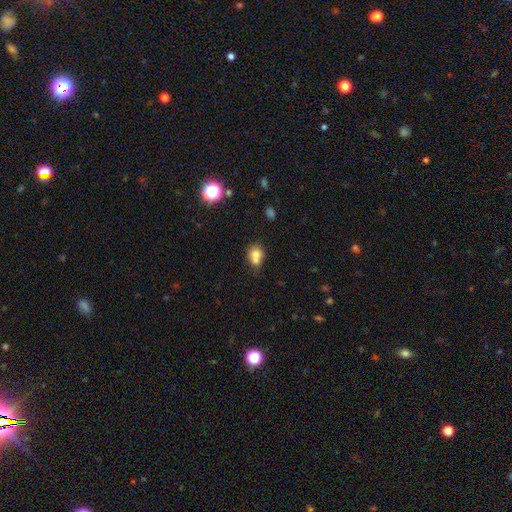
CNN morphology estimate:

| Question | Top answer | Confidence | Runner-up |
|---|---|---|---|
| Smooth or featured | smooth | 73% | featured or disk (15%) |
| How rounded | round | 65% | in between (34%) |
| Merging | merger | 48% | none (37%) |